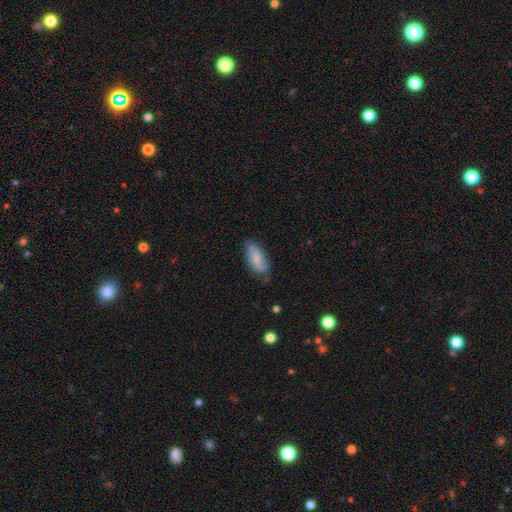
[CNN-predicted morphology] This is likely a smooth galaxy (75%). How rounded: clearly in between (83%). Merging: likely none (71%).